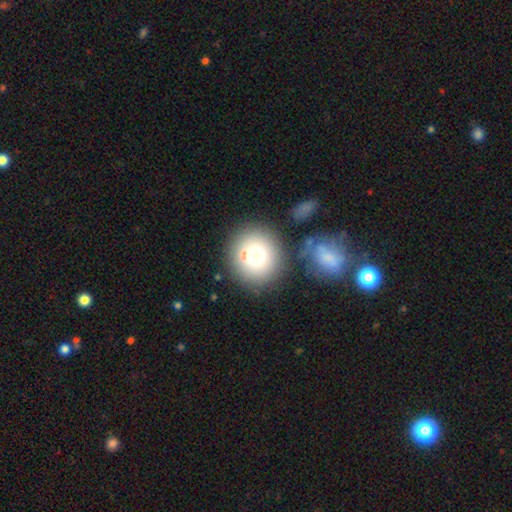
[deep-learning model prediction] smooth 73%, featured or disk 15%, star or artifact 12%. Down the decision tree: how rounded — round (90%); merging — none (71%).